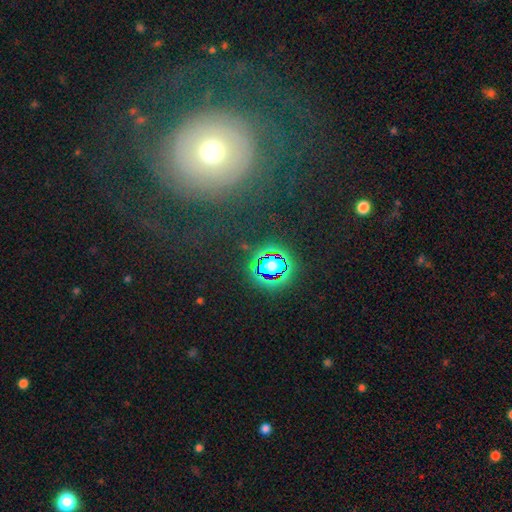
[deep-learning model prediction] smooth_or_featured: featured or disk (p=0.39) [alt: smooth p=0.38]
merging: none (p=0.70) [alt: major disturbance p=0.16]